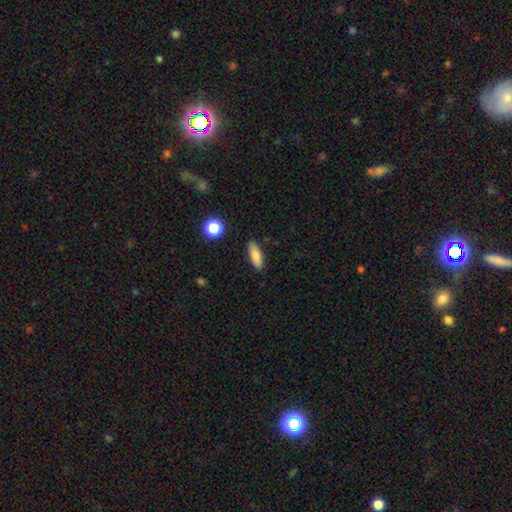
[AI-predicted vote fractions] smooth_or_featured: smooth (p=0.84) [alt: featured or disk p=0.08]
how_rounded: in between (p=0.66) [alt: cigar-shaped p=0.31]
merging: none (p=0.87) [alt: minor disturbance p=0.09]